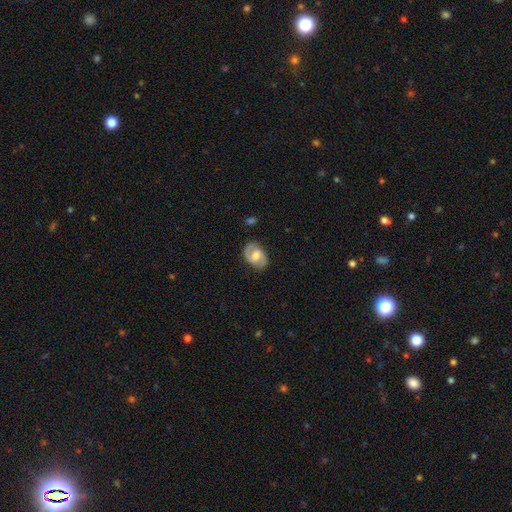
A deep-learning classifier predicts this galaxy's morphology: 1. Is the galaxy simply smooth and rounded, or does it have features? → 60% featured or disk, 34% smooth, 7% star or artifact.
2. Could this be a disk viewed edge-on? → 96% no, 4% yes.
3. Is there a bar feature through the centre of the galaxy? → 53% weak, 28% no, 19% strong.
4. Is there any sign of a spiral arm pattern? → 84% yes, 16% no.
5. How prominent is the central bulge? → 56% moderate, 24% small, 13% large, 6% none, 1% dominant.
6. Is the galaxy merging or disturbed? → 78% none, 16% minor disturbance, 5% major disturbance, 2% merger.